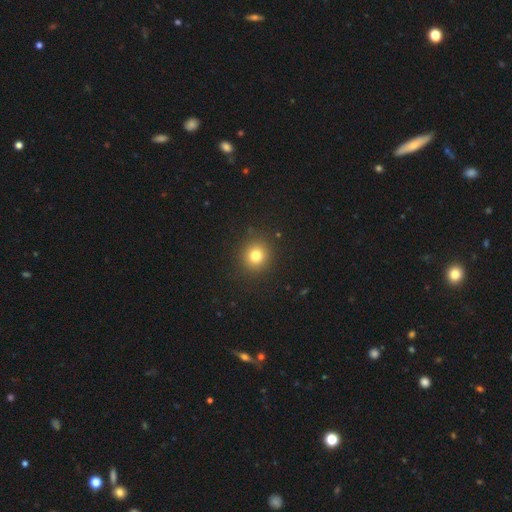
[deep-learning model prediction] Q: Smooth or featured?
A: smooth (78%); runner-up: star or artifact (14%)
Q: How rounded?
A: round (91%); runner-up: in between (9%)
Q: Merging?
A: none (91%); runner-up: minor disturbance (6%)